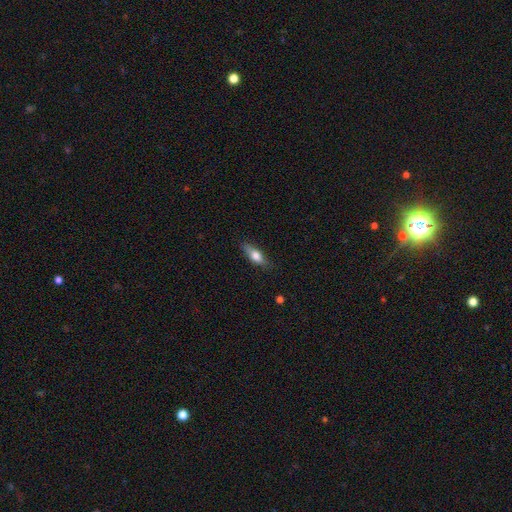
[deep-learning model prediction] Q: Smooth or featured?
A: smooth (68%); runner-up: featured or disk (25%)
Q: How rounded?
A: in between (59%); runner-up: cigar-shaped (37%)
Q: Merging?
A: none (75%); runner-up: minor disturbance (19%)